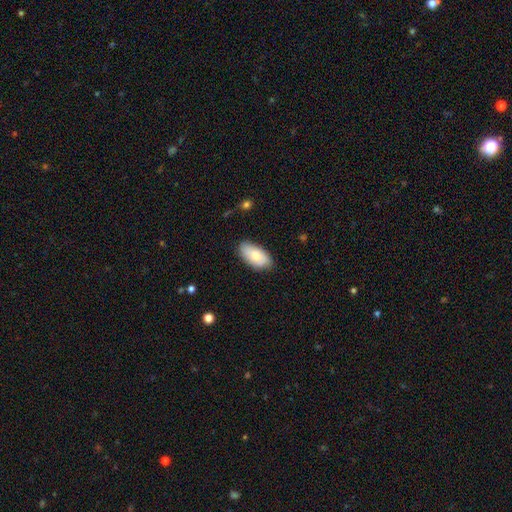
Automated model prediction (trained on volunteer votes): smooth_or_featured: smooth (p=0.77) [alt: featured or disk p=0.17]
how_rounded: in between (p=0.94) [alt: cigar-shaped p=0.03]
merging: none (p=0.82) [alt: minor disturbance p=0.14]